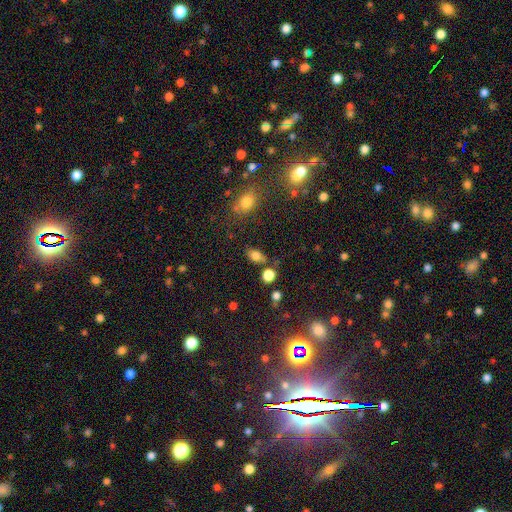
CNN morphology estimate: The model was most divided on "merging": none: 71%, minor disturbance: 14%, merger: 10%, major disturbance: 4%. More confident: how rounded — in between (82%); smooth or featured — smooth (79%).